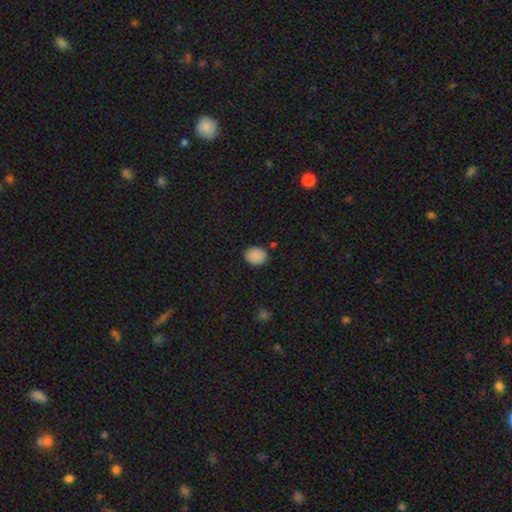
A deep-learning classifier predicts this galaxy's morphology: A smooth galaxy with no disk features (88%) that is round (55%). Merging: none (85%).